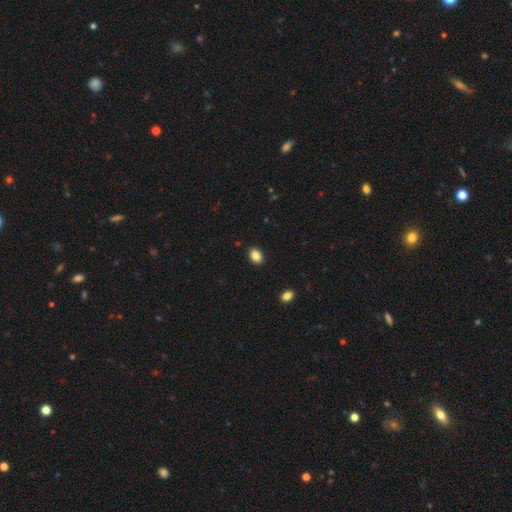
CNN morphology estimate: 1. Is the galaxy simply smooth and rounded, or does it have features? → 86% smooth, 9% star or artifact, 5% featured or disk.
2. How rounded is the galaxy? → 78% in between, 21% round, 1% cigar-shaped.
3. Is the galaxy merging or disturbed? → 90% none, 7% minor disturbance, 2% major disturbance, 1% merger.